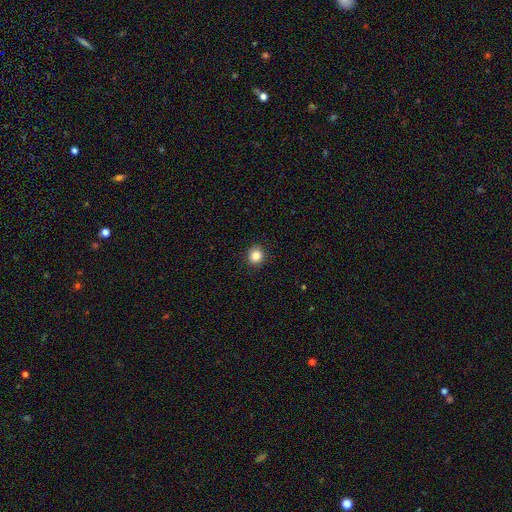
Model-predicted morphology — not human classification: The model was most divided on "smooth or featured": smooth: 85%, star or artifact: 11%, featured or disk: 4%. More confident: merging — none (93%); how rounded — round (90%).